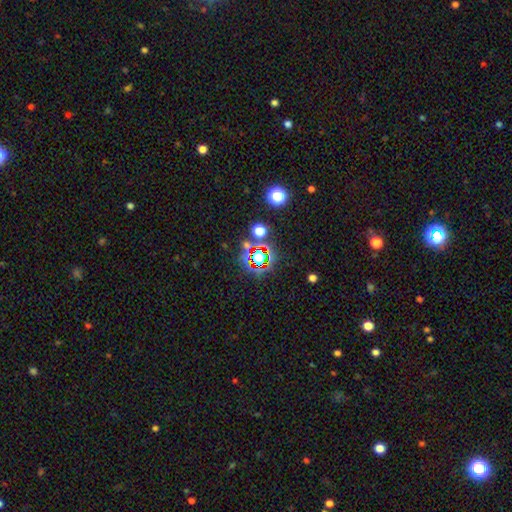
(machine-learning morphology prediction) This is likely a star or artifact rather than a galaxy (76%).